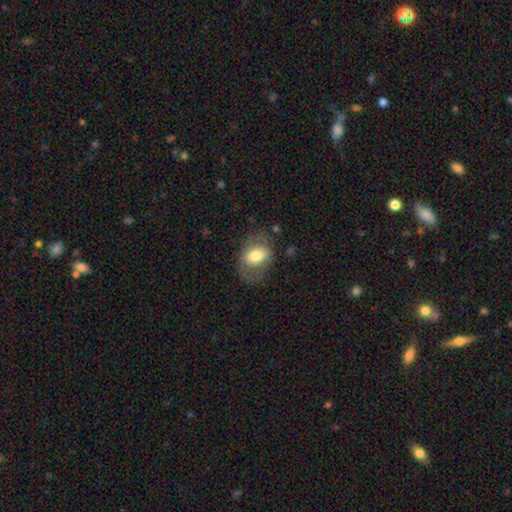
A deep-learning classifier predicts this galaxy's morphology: This is possibly a smooth galaxy (59%). How rounded: likely in between (74%). Merging: likely none (64%).